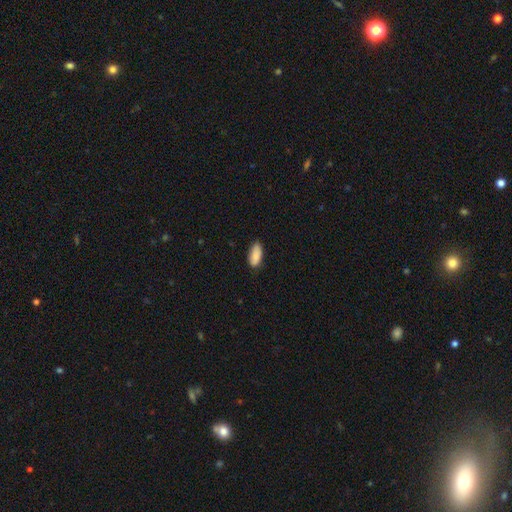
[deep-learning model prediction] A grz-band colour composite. It shows a smooth galaxy with no disk features (85%) that is in between round and cigar-shaped (89%). Merging: none (78%).